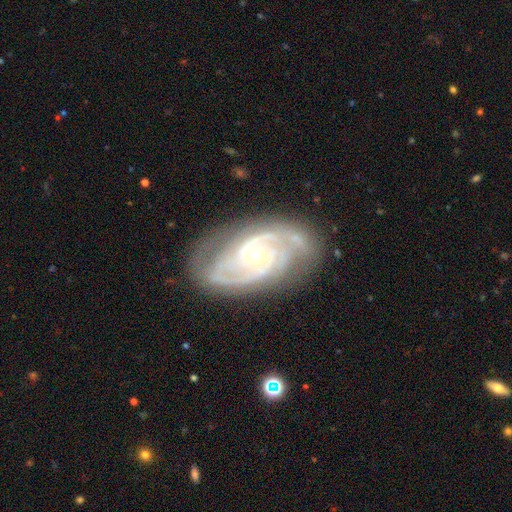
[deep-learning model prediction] Smooth or featured? featured or disk (92%)
Edge-on disk? no (96%)
Bar? no (65%)
Spiral arms? yes (98%)
Spiral winding? tight (64%)
Spiral arm count? 2 (43%)
Bulge size? small (51%)
Merging? none (78%)